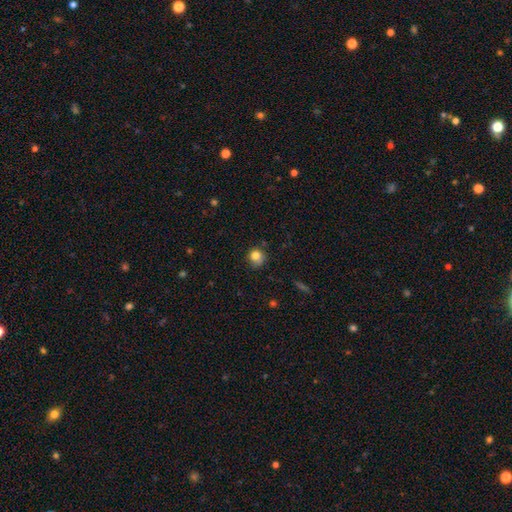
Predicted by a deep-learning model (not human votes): A smooth galaxy with no disk features (81%) that is round (87%). Merging: none (72%).